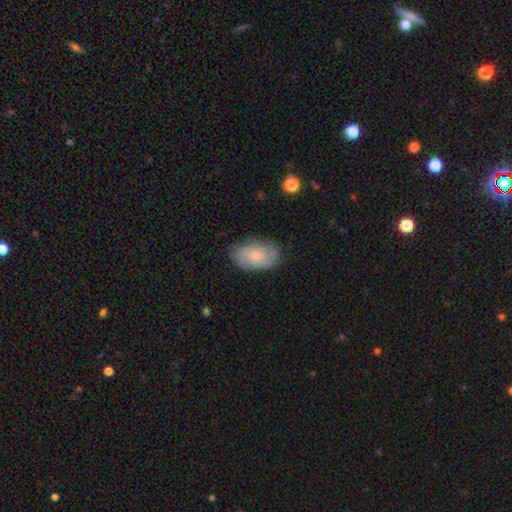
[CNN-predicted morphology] Q: Smooth or featured?
A: smooth (57%); runner-up: featured or disk (36%)
Q: How rounded?
A: in between (89%); runner-up: round (10%)
Q: Merging?
A: none (76%); runner-up: minor disturbance (19%)